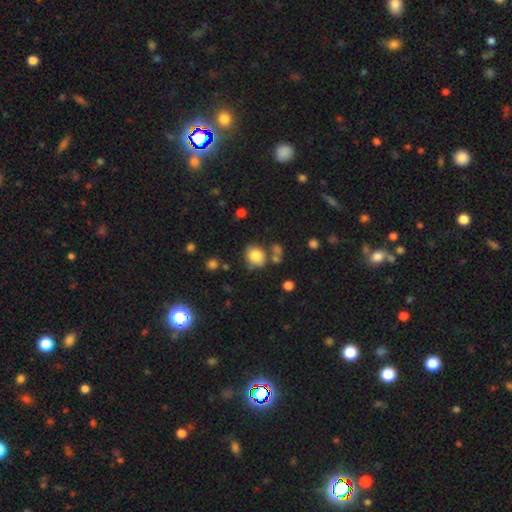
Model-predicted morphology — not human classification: smooth 82%, star or artifact 10%, featured or disk 8%. Down the decision tree: how rounded — round (67%); merging — none (68%).